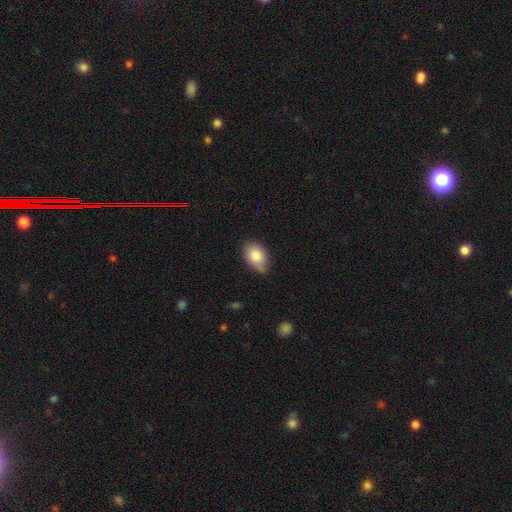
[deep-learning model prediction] Overall: smooth (83%). How rounded: in between (84%). Merging: none (64%; minor disturbance 30%).